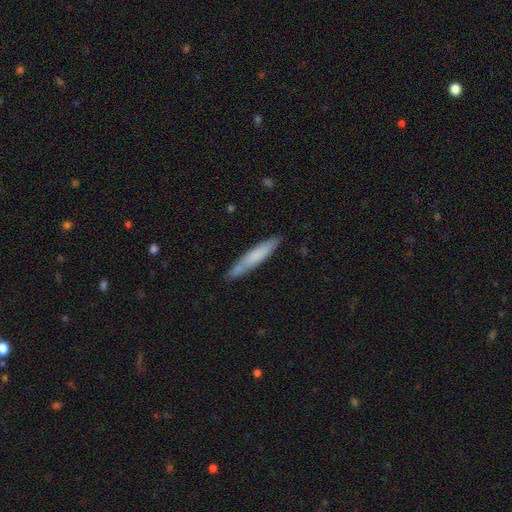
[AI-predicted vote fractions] A smooth galaxy with no disk features (68%) that is cigar-shaped (91%).

Vote fractions:
- Smooth or featured? smooth: 68% / featured or disk: 25% / star or artifact: 6%
- How rounded? cigar-shaped: 91% / in between: 8% / round: 1%
- Merging? none: 80% / minor disturbance: 15% / merger: 3% / major disturbance: 2%